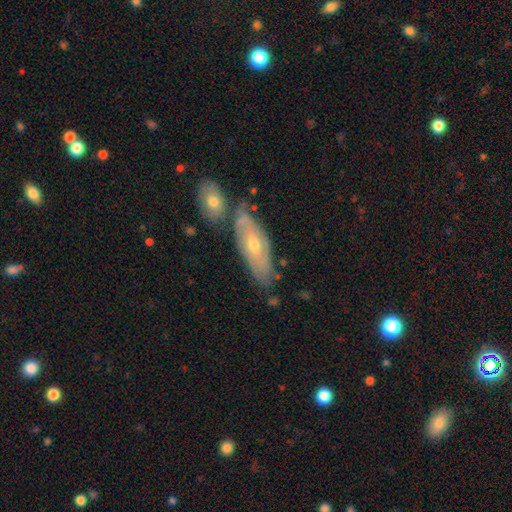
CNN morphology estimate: A featured or disk galaxy (56%). Merging: none (60%).